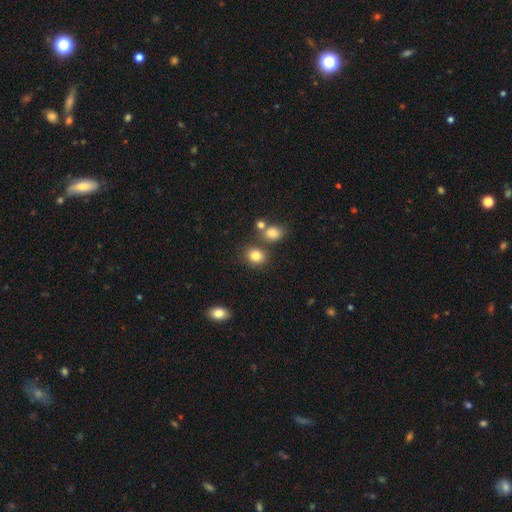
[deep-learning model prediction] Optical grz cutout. It shows a smooth galaxy with no disk features (82%) that is round (66%). Merging: none (73%).